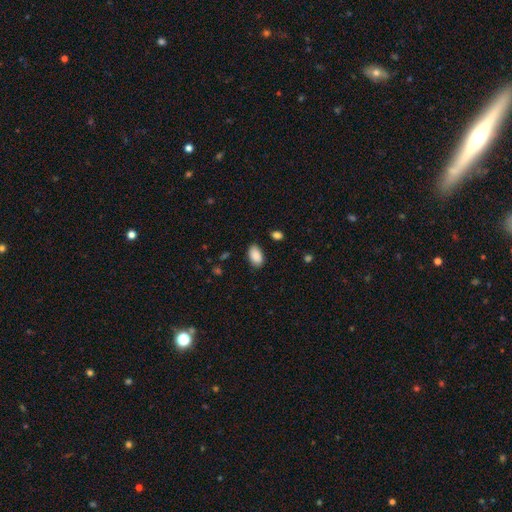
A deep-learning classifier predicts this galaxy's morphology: The model was most divided on "merging": none: 83%, minor disturbance: 12%, major disturbance: 3%, merger: 2%. More confident: how rounded — in between (94%); smooth or featured — smooth (89%).